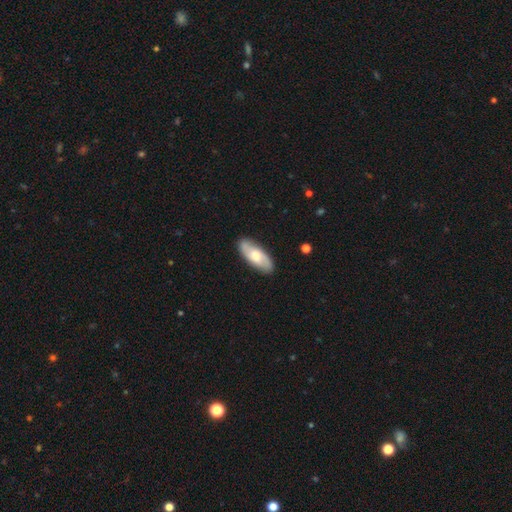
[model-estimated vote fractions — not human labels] Smooth or featured? smooth (49%)
Merging? none (86%)